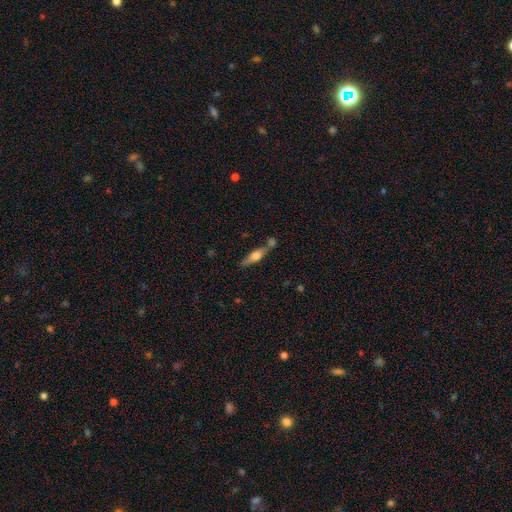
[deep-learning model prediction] Smooth or featured: featured or disk — 51% (smooth — 42%)
Edge-on disk: yes — 89% (no — 11%)
Merging: none — 61% (merger — 19%)